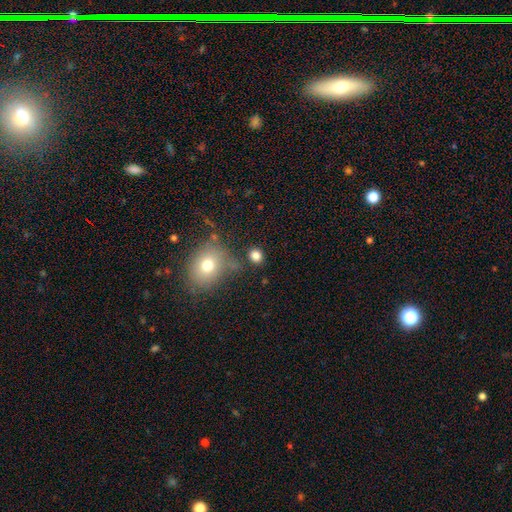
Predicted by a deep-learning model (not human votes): A smooth galaxy with no disk features (81%) that is round (73%). Merging: none (80%).